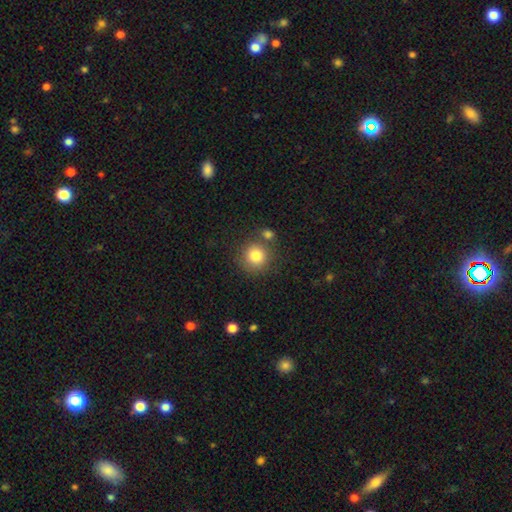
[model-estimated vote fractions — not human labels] smooth_or_featured: smooth (p=0.81) [alt: star or artifact p=0.10]
how_rounded: round (p=0.92) [alt: in between p=0.07]
merging: none (p=0.74) [alt: merger p=0.13]